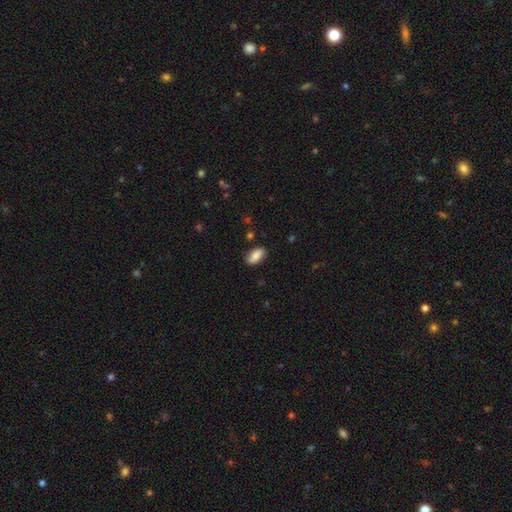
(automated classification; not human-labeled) smooth 80%, featured or disk 13%, star or artifact 7%. Down the decision tree: how rounded — in between (92%); merging — none (83%).